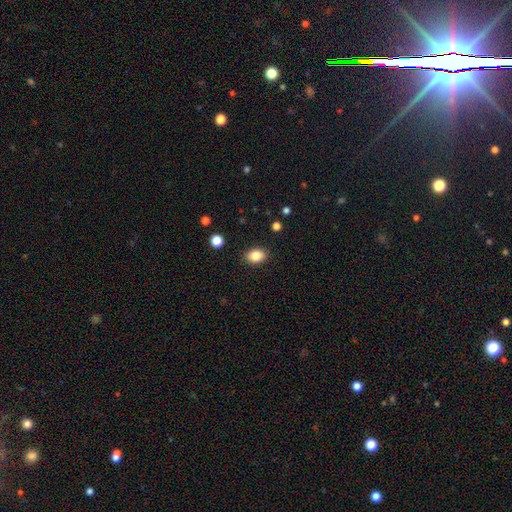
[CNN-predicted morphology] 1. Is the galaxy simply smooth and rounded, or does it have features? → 84% smooth, 9% star or artifact, 7% featured or disk.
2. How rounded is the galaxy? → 78% in between, 20% round, 1% cigar-shaped.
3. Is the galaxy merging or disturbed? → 88% none, 9% minor disturbance, 2% major disturbance, 1% merger.